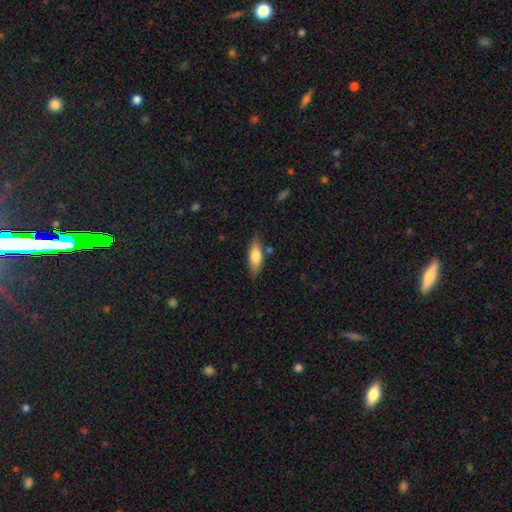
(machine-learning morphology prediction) A smooth galaxy with no disk features (75%) that is in between round and cigar-shaped (66%). Merging: none (75%).